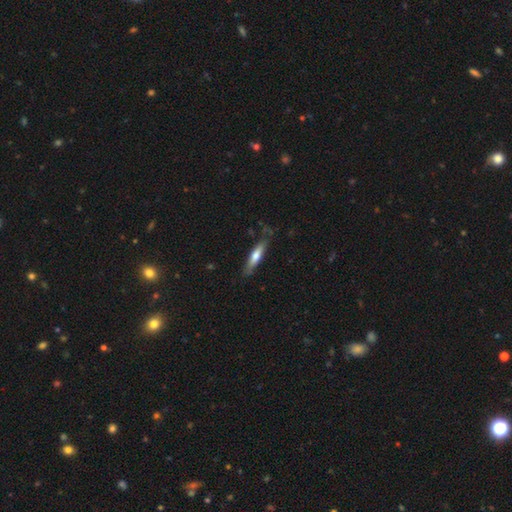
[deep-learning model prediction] Overall: smooth (55%; featured or disk 39%). How rounded: cigar-shaped (81%). Merging: none (74%).